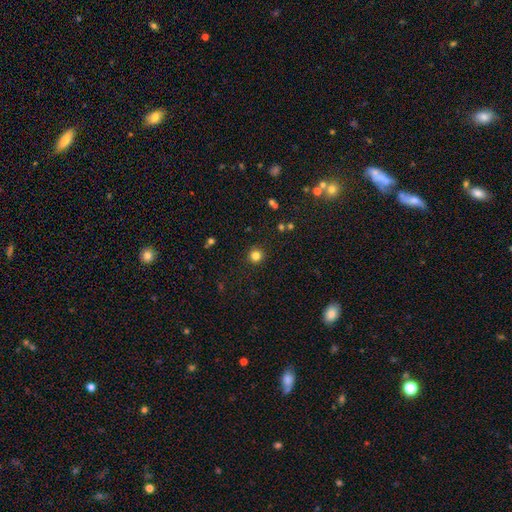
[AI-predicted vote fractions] smooth_or_featured: smooth (p=0.82) [alt: star or artifact p=0.14]
how_rounded: round (p=0.94) [alt: in between p=0.05]
merging: none (p=0.91) [alt: minor disturbance p=0.06]